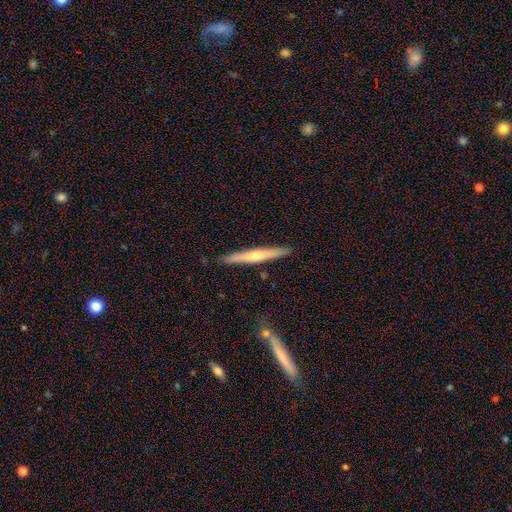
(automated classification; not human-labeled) A featured or disk galaxy (56%) viewed edge-on (96%) with a rounded central bulge (71%). Merging: none (90%).